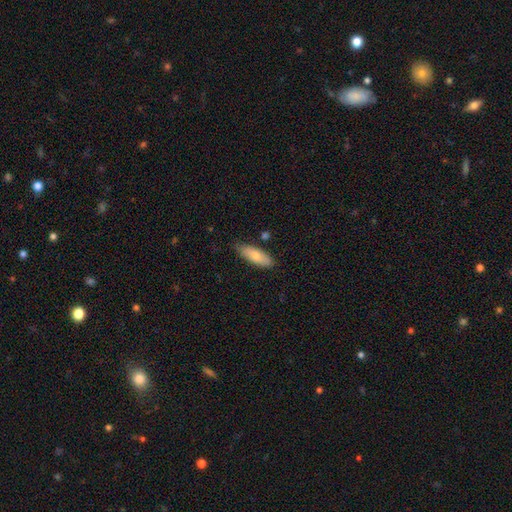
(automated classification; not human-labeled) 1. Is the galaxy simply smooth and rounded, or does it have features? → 75% smooth, 19% featured or disk, 6% star or artifact.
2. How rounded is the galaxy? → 69% in between, 29% cigar-shaped, 2% round.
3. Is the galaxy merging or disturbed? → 76% none, 18% minor disturbance, 3% merger, 3% major disturbance.